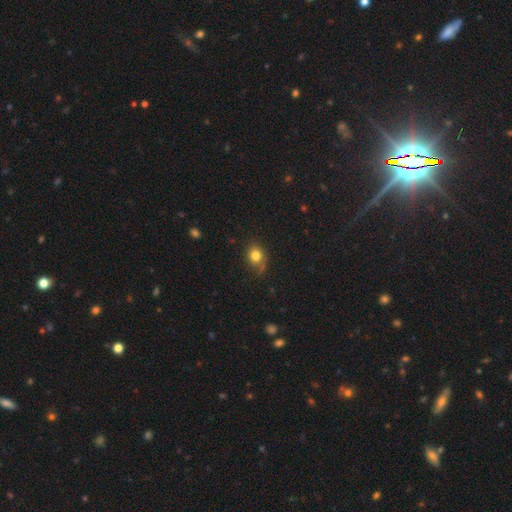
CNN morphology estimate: type=smooth (79%); roundness=round (58%); merging=none (65%).